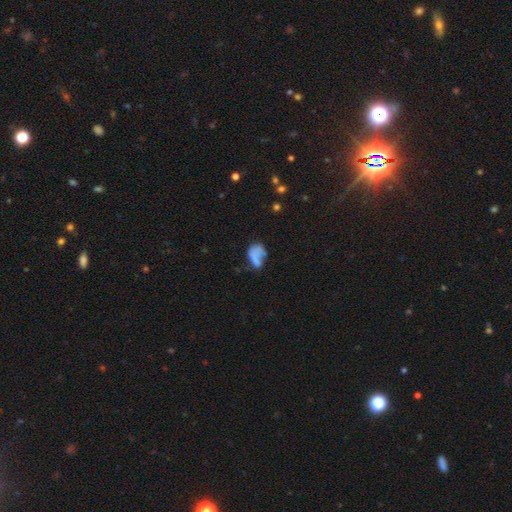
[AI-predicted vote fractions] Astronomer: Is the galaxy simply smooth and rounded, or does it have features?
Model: smooth — 65%.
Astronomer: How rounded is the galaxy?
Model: in between — 80%.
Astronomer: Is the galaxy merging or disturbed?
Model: major disturbance — 31% (runner-up: none, 29%).